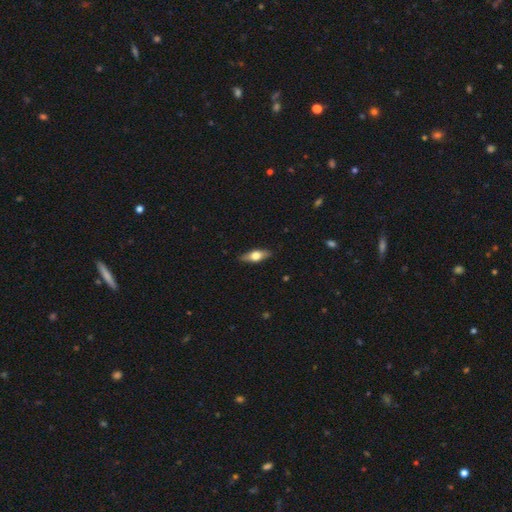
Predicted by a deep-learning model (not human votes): Smooth or featured? smooth (52%)
How rounded? in between (63%)
Merging? none (87%)